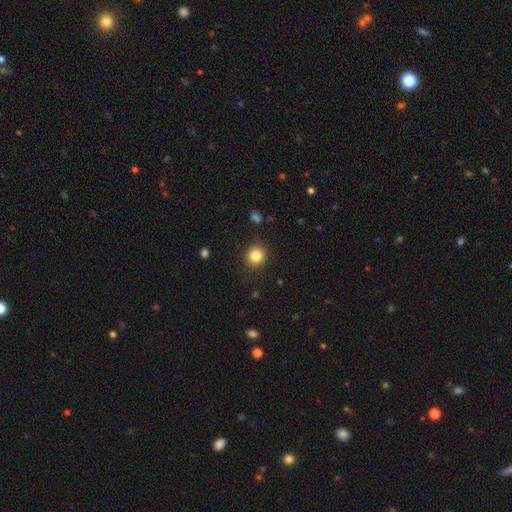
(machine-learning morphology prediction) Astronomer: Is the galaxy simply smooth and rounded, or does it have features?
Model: smooth — 84%.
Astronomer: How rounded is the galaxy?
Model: round — 86%.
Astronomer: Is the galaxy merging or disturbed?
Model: none — 89%.